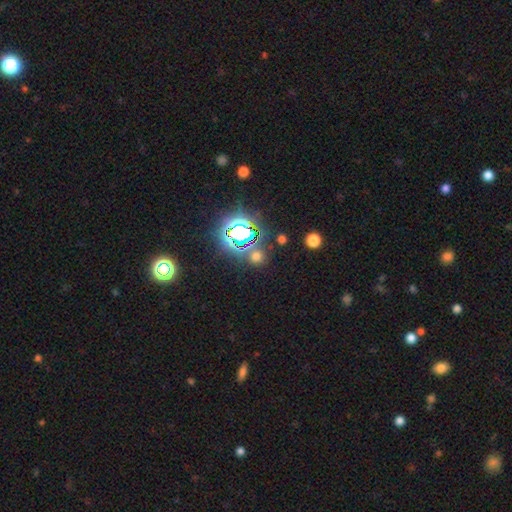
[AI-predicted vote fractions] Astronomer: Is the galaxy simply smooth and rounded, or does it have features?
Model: star or artifact — 49% (runner-up: smooth, 44%).